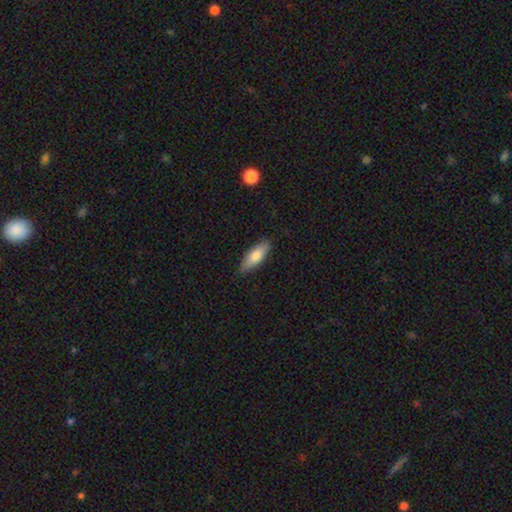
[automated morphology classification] This is likely a smooth galaxy (75%). How rounded: possibly in between (59%). Merging: clearly none (85%).